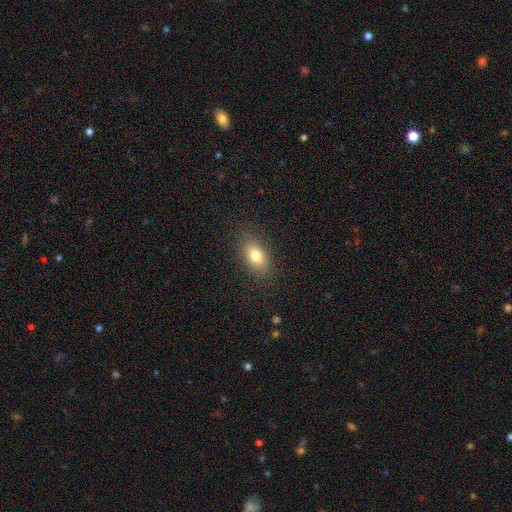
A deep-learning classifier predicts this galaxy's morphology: smooth-or-featured: smooth: 78% | featured or disk: 13% | star or artifact: 10%
  how-rounded: in between: 84% | round: 12% | cigar-shaped: 3%
  merging: none: 84% | minor disturbance: 11% | major disturbance: 4% | merger: 1%